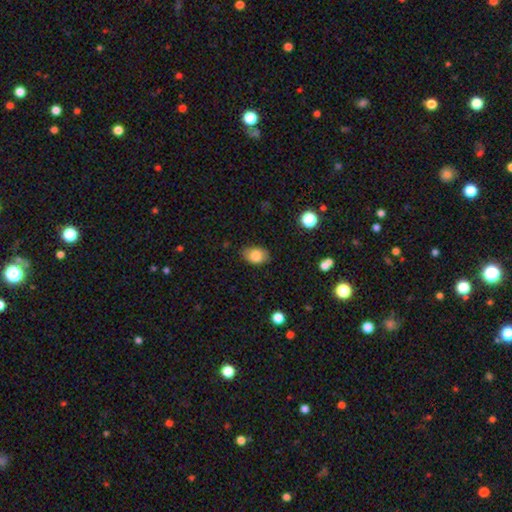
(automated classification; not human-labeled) Q: Smooth or featured?
A: smooth (83%); runner-up: featured or disk (9%)
Q: How rounded?
A: in between (80%); runner-up: round (19%)
Q: Merging?
A: none (80%); runner-up: minor disturbance (16%)